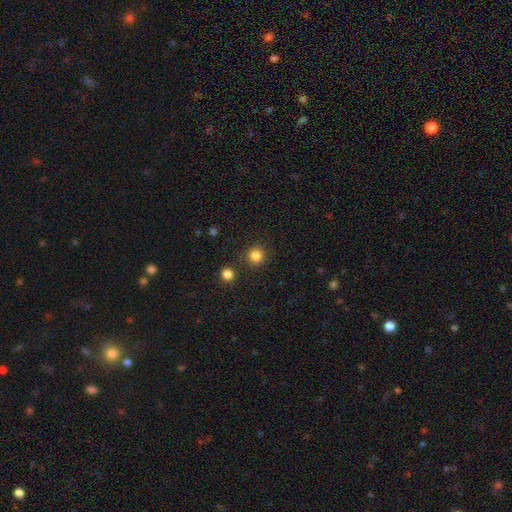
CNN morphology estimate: type=smooth (84%); roundness=round (93%); merging=none (90%).